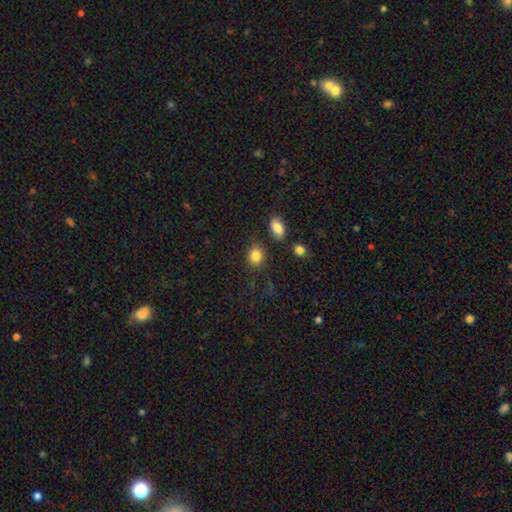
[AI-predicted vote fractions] Morphology: type=smooth (84%); roundness=round (57%); merging=none (80%).